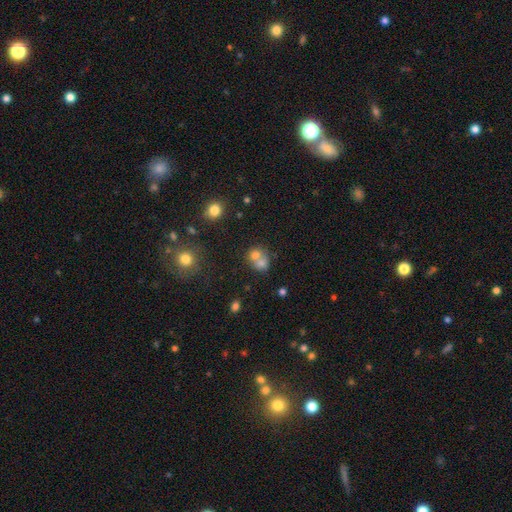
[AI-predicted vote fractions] Smooth or featured? smooth (70%)
How rounded? round (71%)
Merging? merger (62%)